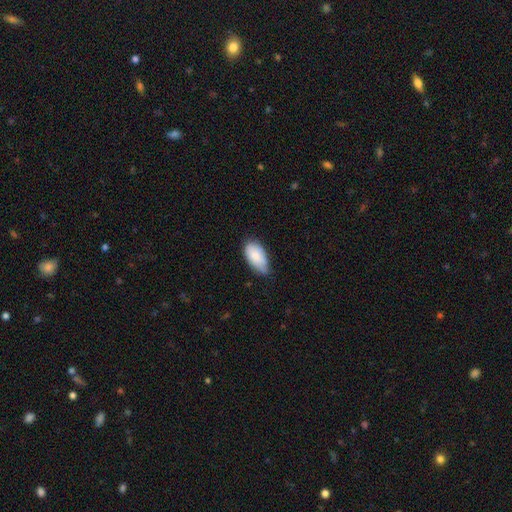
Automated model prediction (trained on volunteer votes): This appears to be a smooth galaxy with no disk features (82%) that is in between round and cigar-shaped (95%). Merging: none (60%).